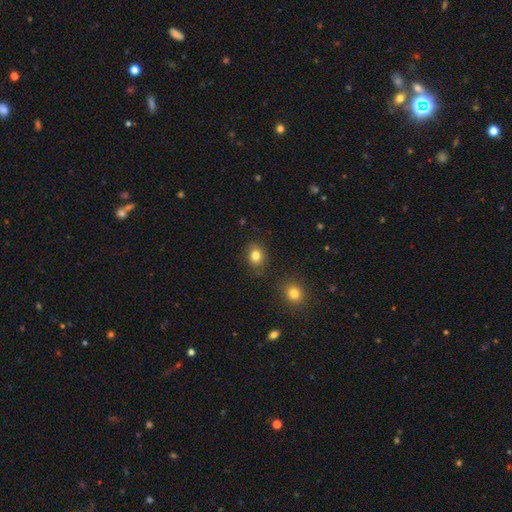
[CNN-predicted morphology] Overall: smooth (82%). How rounded: round (55%; in between 44%). Merging: none (83%).